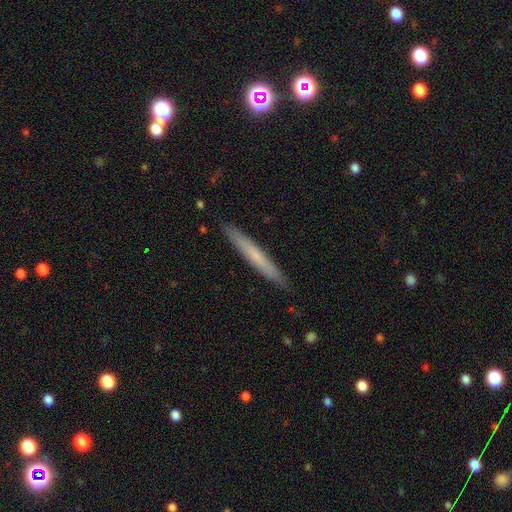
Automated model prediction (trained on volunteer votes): This appears to be a smooth galaxy with no disk features (58%) that is cigar-shaped (96%). Merging: none (89%).